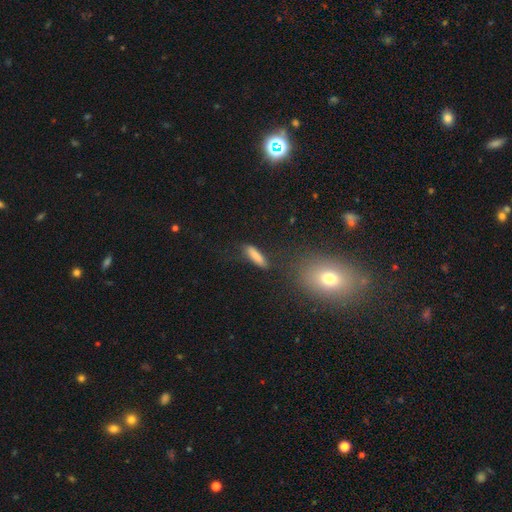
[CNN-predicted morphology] smooth 81%, featured or disk 10%, star or artifact 8%. Down the decision tree: how rounded — cigar-shaped (67%); merging — none (77%).